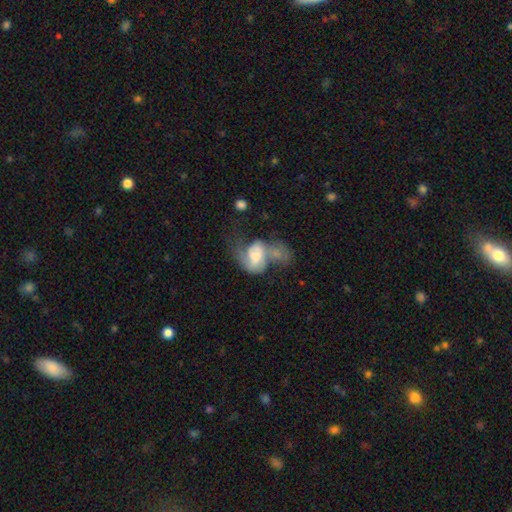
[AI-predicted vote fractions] Smooth or featured: featured or disk — 53% (smooth — 39%)
Edge-on disk: no — 97% (yes — 3%)
Bar: no — 58% (weak — 31%)
Spiral arms: yes — 68% (no — 32%)
Bulge size: none — 27% (moderate — 25%)
Merging: merger — 49% (major disturbance — 28%)